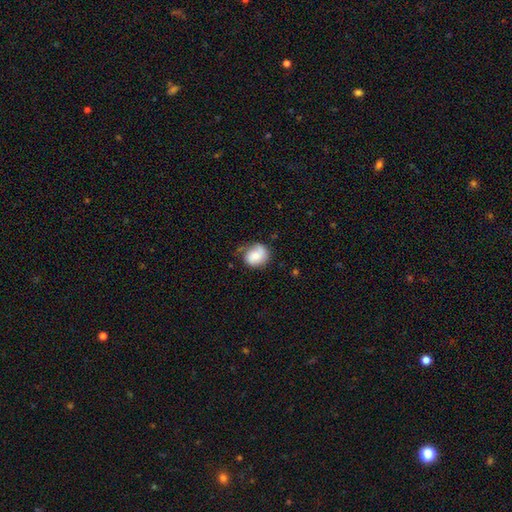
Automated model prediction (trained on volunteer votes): Q: Smooth or featured?
A: smooth (66%); runner-up: featured or disk (27%)
Q: How rounded?
A: round (60%); runner-up: in between (39%)
Q: Merging?
A: none (50%); runner-up: minor disturbance (32%)